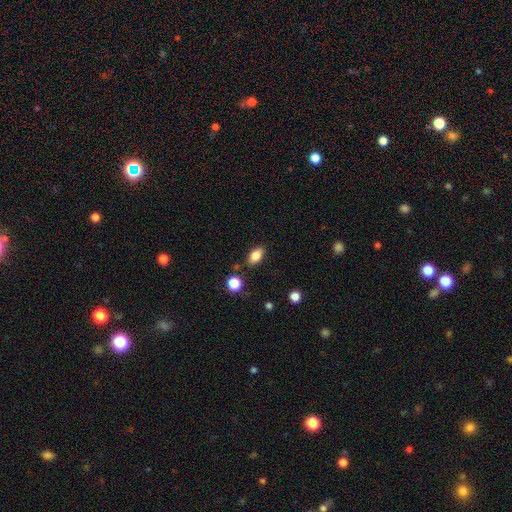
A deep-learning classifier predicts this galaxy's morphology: A smooth galaxy with no disk features (84%) that is in between round and cigar-shaped (88%). Merging: none (83%).